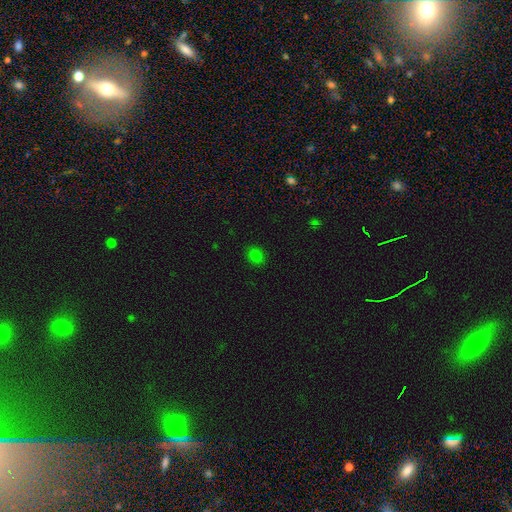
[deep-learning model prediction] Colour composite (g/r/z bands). It shows a smooth galaxy with no disk features (78%) that is round (65%). Merging: none (88%).